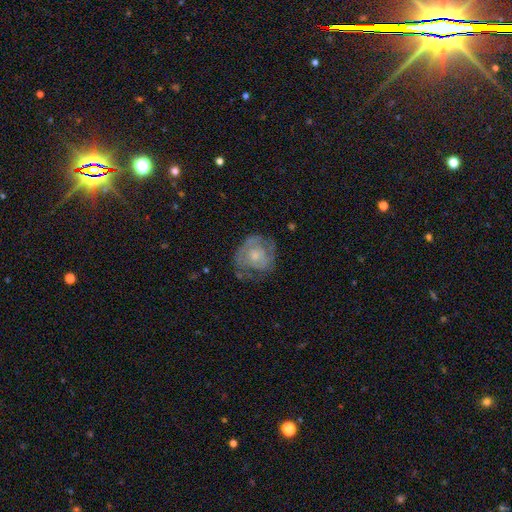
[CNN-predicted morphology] Smooth or featured: featured or disk — 64% (smooth — 29%)
Edge-on disk: no — 97% (yes — 3%)
Bar: no — 80% (weak — 17%)
Spiral arms: yes — 66% (no — 34%)
Bulge size: small — 44% (moderate — 41%)
Merging: none — 57% (minor disturbance — 25%)